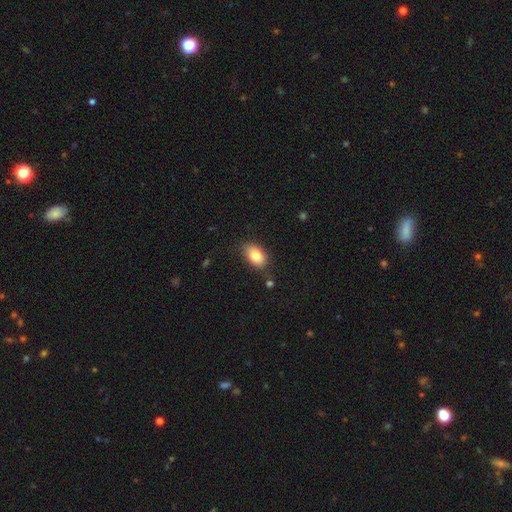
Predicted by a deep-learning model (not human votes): The model was most divided on "merging": none: 79%, minor disturbance: 15%, major disturbance: 3%, merger: 3%. More confident: how rounded — in between (89%); smooth or featured — smooth (83%).